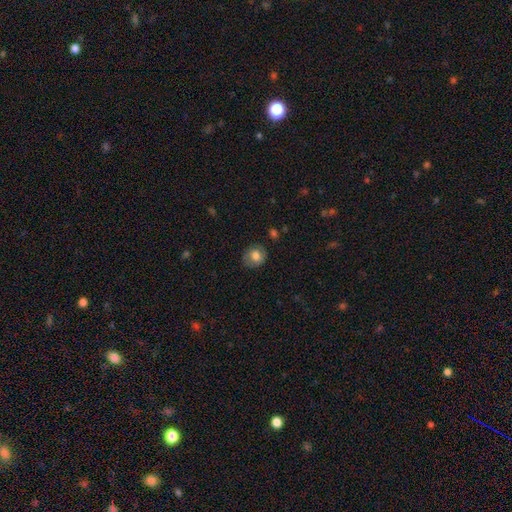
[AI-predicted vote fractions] This appears to be a smooth galaxy with no disk features (76%) that is round (69%). Merging: none (79%).